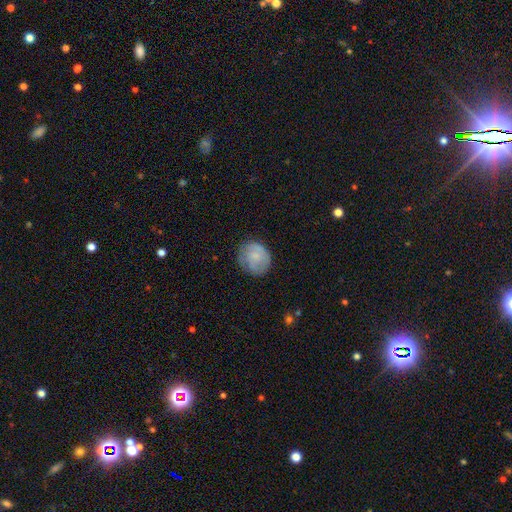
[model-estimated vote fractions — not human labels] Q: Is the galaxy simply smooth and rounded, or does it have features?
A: smooth — 70%.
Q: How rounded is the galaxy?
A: round — 76%.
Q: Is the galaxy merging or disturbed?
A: none — 72%.